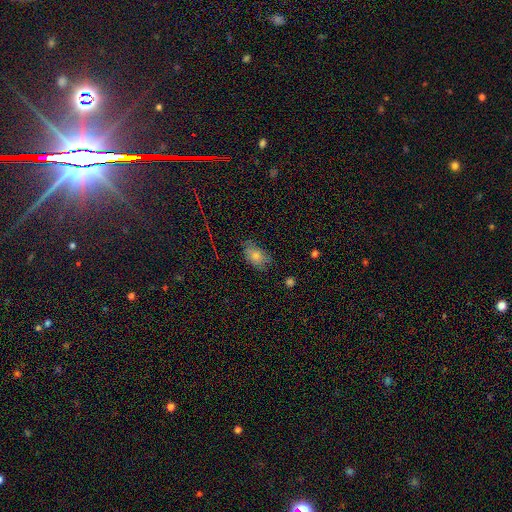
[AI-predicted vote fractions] A smooth galaxy with no disk features (77%) that is in between round and cigar-shaped (87%).

Vote fractions:
- Smooth or featured? smooth: 77% / star or artifact: 12% / featured or disk: 11%
- How rounded? in between: 87% / round: 11% / cigar-shaped: 2%
- Merging? none: 67% / minor disturbance: 25% / major disturbance: 6% / merger: 2%